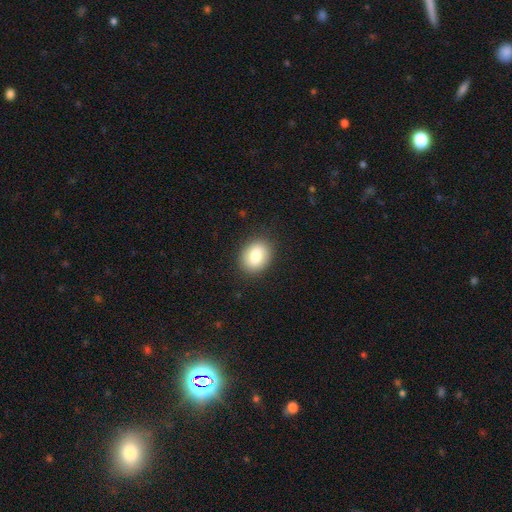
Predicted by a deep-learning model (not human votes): A smooth galaxy with no disk features (81%) that is in between round and cigar-shaped (60%).

Vote fractions:
- Smooth or featured? smooth: 81% / featured or disk: 11% / star or artifact: 8%
- How rounded? in between: 60% / round: 39% / cigar-shaped: 1%
- Merging? none: 87% / minor disturbance: 9% / major disturbance: 3% / merger: 1%